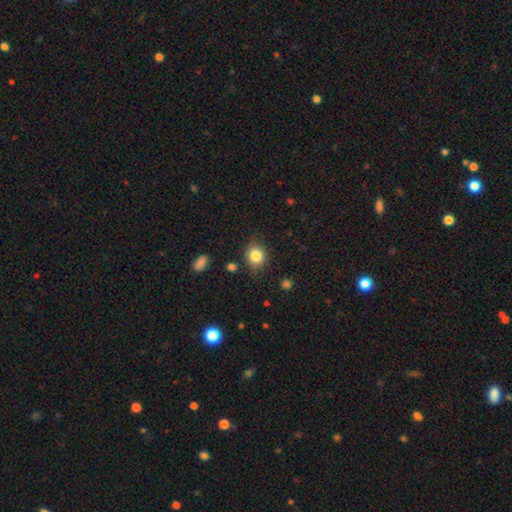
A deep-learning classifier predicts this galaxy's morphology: Q: Smooth or featured?
A: smooth (83%); runner-up: star or artifact (10%)
Q: How rounded?
A: round (64%); runner-up: in between (35%)
Q: Merging?
A: none (80%); runner-up: minor disturbance (14%)